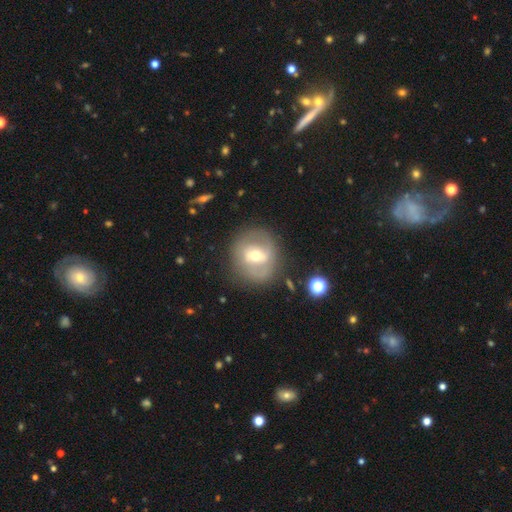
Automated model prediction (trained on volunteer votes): Smooth or featured? Predicted: featured or disk (p=0.63). Edge-on disk? Predicted: no (p=0.96). Bar? Predicted: weak (p=0.43). Spiral arms? Predicted: yes (p=0.62). Bulge size? Predicted: moderate (p=0.61). Merging? Predicted: none (p=0.77).